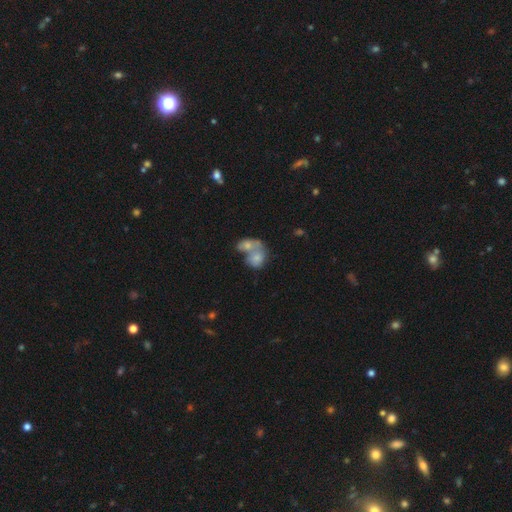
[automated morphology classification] smooth-or-featured: smooth: 67% | featured or disk: 25% | star or artifact: 9%
  how-rounded: in between: 54% | round: 44% | cigar-shaped: 1%
  merging: merger: 74% | none: 14% | minor disturbance: 7% | major disturbance: 6%